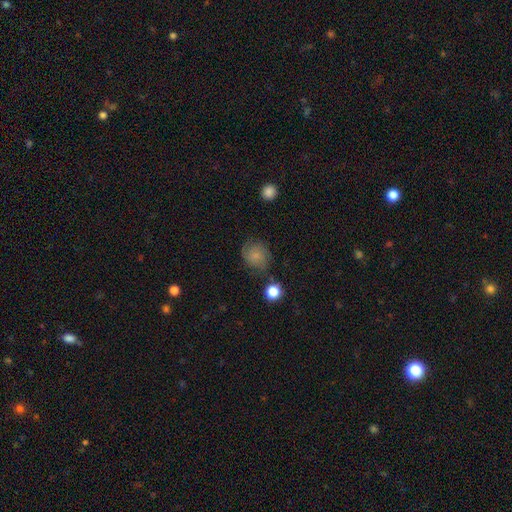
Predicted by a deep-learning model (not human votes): Morphology: type=smooth (66%); roundness=round (79%); merging=none (66%).